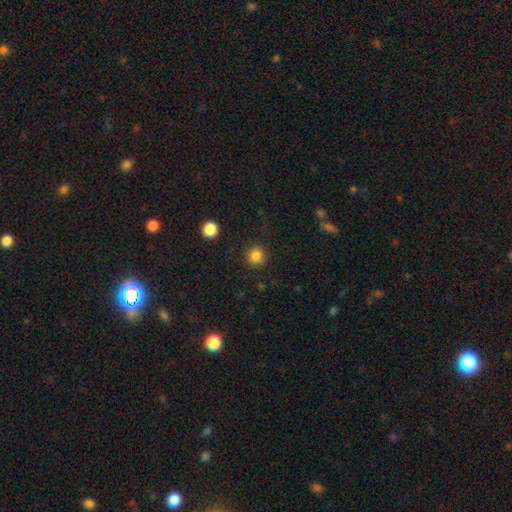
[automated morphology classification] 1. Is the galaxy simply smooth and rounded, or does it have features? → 84% smooth, 12% star or artifact, 4% featured or disk.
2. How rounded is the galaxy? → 93% round, 6% in between, 1% cigar-shaped.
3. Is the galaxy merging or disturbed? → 90% none, 6% minor disturbance, 3% major disturbance, 1% merger.